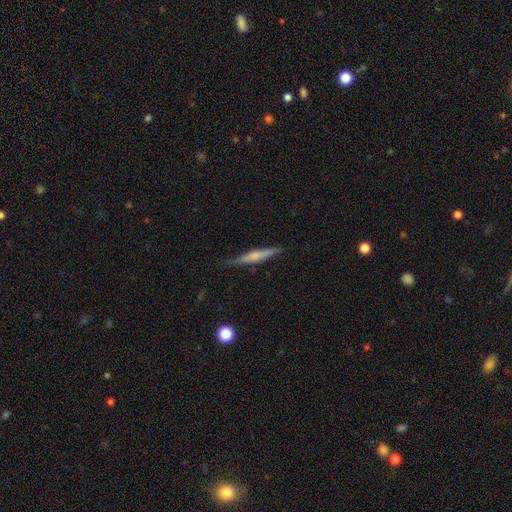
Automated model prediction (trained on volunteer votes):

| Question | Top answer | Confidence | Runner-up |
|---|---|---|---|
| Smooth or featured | smooth | 50% | featured or disk (44%) |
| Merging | none | 82% | minor disturbance (14%) |